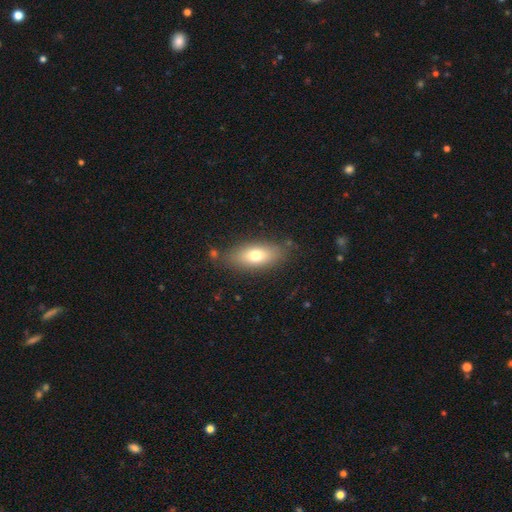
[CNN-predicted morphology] A smooth galaxy with no disk features (72%) that is in between round and cigar-shaped (80%).

Vote fractions:
- Smooth or featured? smooth: 72% / featured or disk: 20% / star or artifact: 8%
- How rounded? in between: 80% / cigar-shaped: 16% / round: 5%
- Merging? none: 81% / minor disturbance: 13% / major disturbance: 4% / merger: 3%